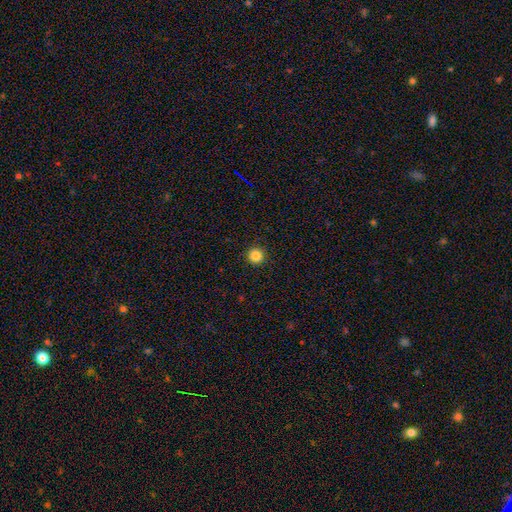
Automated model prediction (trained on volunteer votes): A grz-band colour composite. It shows a smooth galaxy with no disk features (85%) that is round (95%). Merging: none (93%).